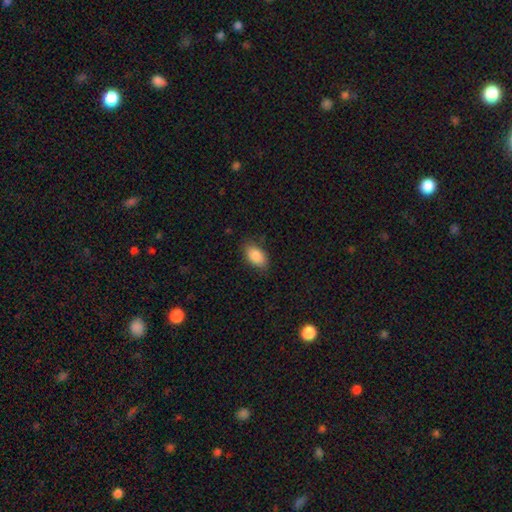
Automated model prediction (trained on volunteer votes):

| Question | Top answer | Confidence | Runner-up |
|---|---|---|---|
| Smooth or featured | smooth | 87% | star or artifact (7%) |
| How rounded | in between | 92% | round (6%) |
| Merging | none | 81% | minor disturbance (14%) |